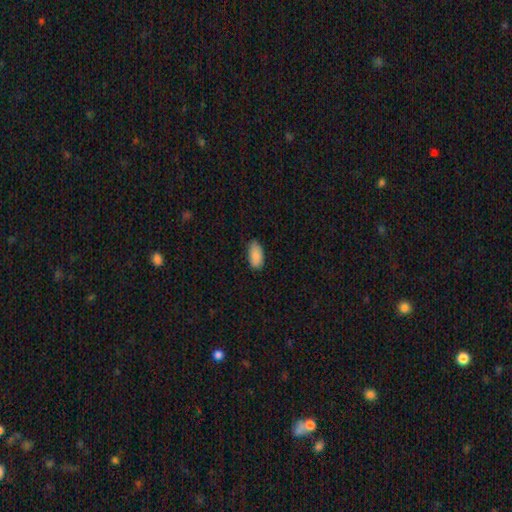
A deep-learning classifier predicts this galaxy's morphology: A smooth galaxy with no disk features (89%) that is in between round and cigar-shaped (93%). Merging: none (79%).